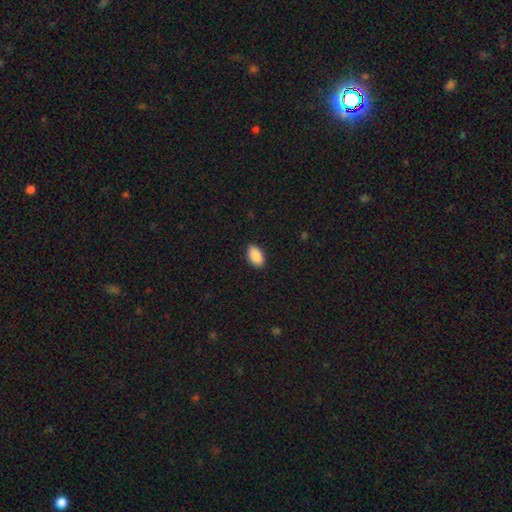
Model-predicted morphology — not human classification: Overall: smooth (90%). How rounded: in between (94%). Merging: none (89%).